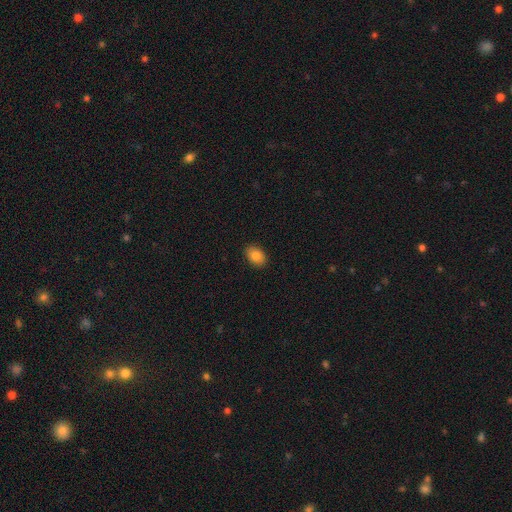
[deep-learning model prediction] Smooth or featured?
  - smooth: 86% *
  - star or artifact: 9%
  - featured or disk: 6%
How rounded?
  - in between: 82% *
  - round: 17%
  - cigar-shaped: 1%
Merging?
  - none: 90% *
  - minor disturbance: 8%
  - major disturbance: 2%
  - merger: 1%